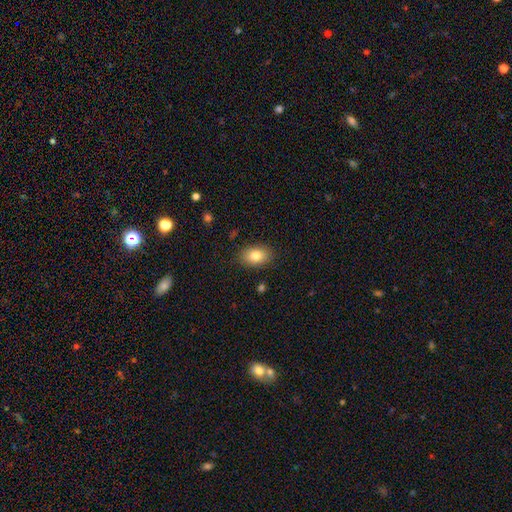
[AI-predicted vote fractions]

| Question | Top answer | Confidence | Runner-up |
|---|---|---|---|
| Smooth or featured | smooth | 83% | featured or disk (9%) |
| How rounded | in between | 85% | round (14%) |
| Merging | none | 87% | minor disturbance (10%) |